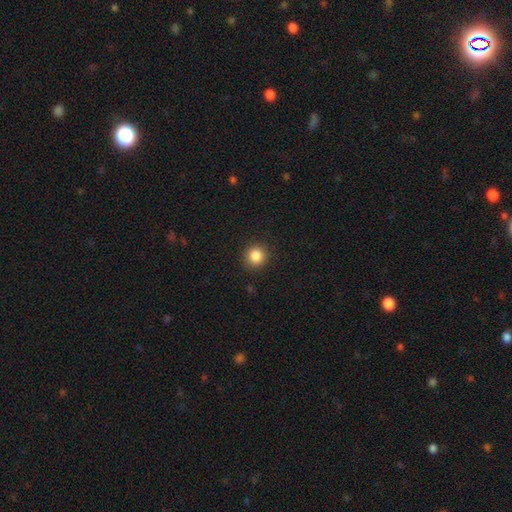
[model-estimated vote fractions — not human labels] Q: Smooth or featured?
A: smooth (86%); runner-up: star or artifact (10%)
Q: How rounded?
A: round (91%); runner-up: in between (8%)
Q: Merging?
A: none (91%); runner-up: minor disturbance (6%)